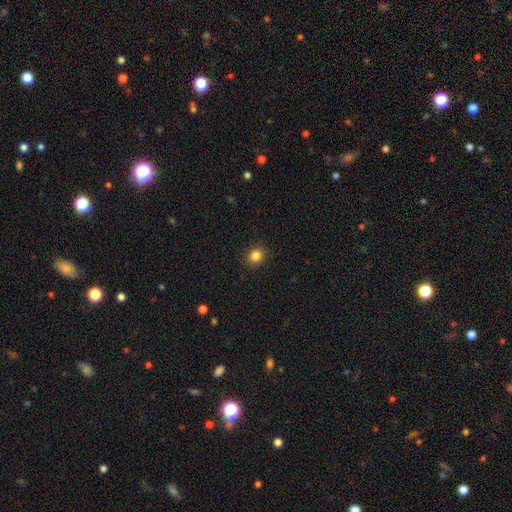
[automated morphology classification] The model was most divided on "how rounded": round: 79%, in between: 20%, cigar-shaped: 1%. More confident: merging — none (91%); smooth or featured — smooth (85%).